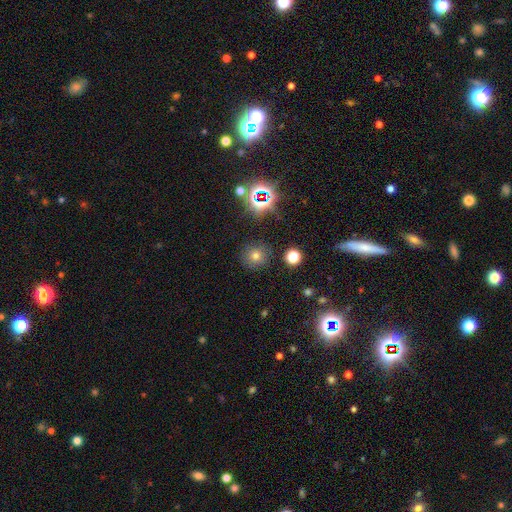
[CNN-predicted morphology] Smooth or featured: smooth — 65% (star or artifact — 26%)
How rounded: round — 91% (in between — 8%)
Merging: none — 86% (minor disturbance — 9%)